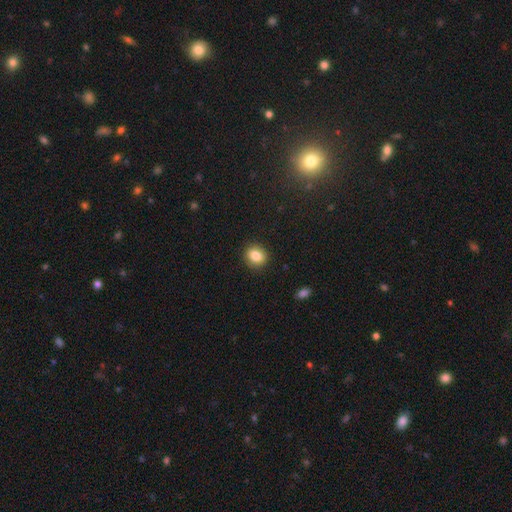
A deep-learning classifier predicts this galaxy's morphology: A smooth galaxy with no disk features (84%) that is round (63%). Merging: none (89%).